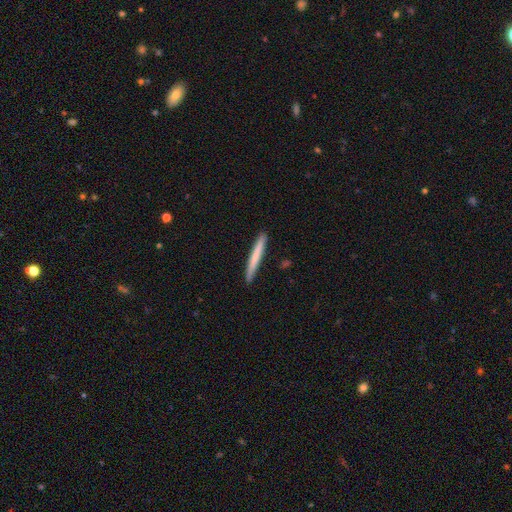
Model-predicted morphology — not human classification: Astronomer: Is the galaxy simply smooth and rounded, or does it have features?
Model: smooth — 70%.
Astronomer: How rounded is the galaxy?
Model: cigar-shaped — 97%.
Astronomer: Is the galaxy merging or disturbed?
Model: none — 91%.